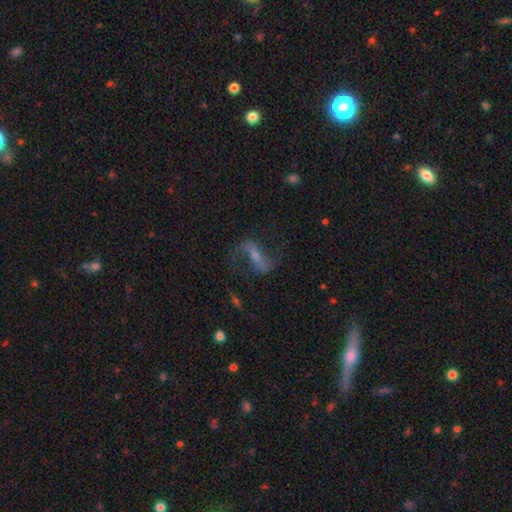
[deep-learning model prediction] Smooth or featured? featured or disk (81%)
Edge-on disk? no (94%)
Bar? strong (47%)
Spiral arms? yes (93%)
Spiral winding? loose (70%)
Spiral arm count? 2 (92%)
Bulge size? small (53%)
Merging? none (72%)